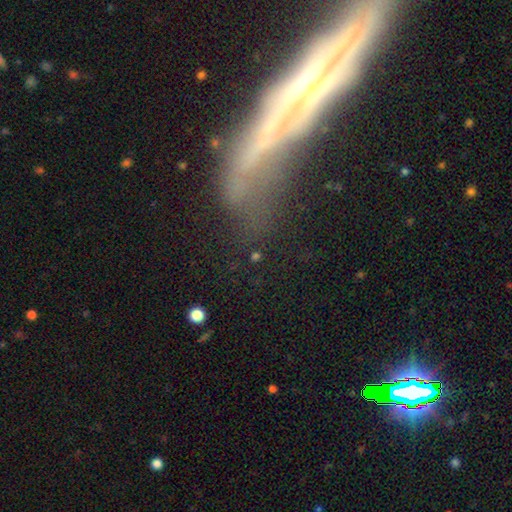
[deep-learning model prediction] Overall: smooth (38%; star or artifact 36%). Merging: none (56%; major disturbance 18%).